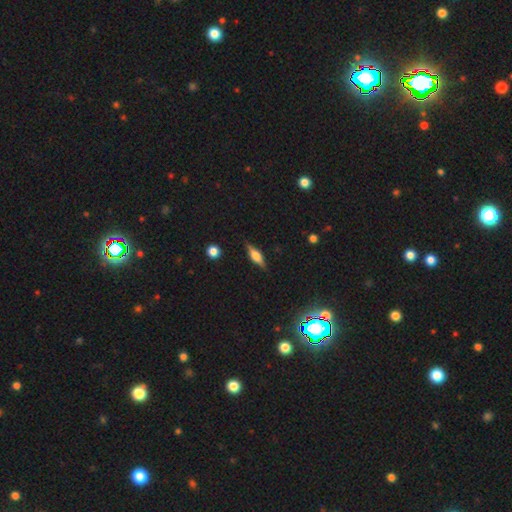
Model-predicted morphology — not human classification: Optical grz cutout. It shows a featured or disk galaxy (54%) viewed edge-on (94%) with a rounded central bulge (84%). Merging: none (86%).